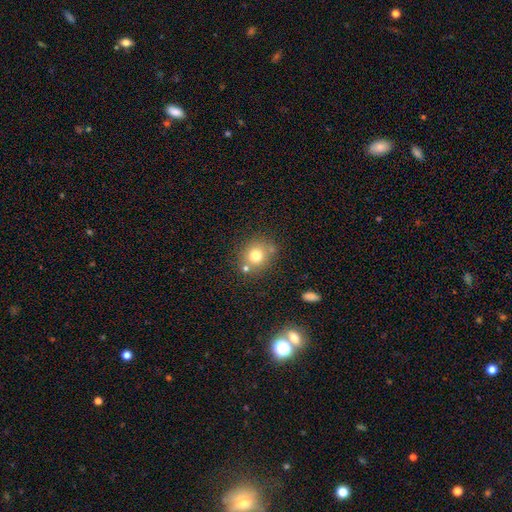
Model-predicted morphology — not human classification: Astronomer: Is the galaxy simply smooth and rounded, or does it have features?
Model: smooth — 75%.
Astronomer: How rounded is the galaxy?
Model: round — 78%.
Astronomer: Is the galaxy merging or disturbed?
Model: none — 70%.